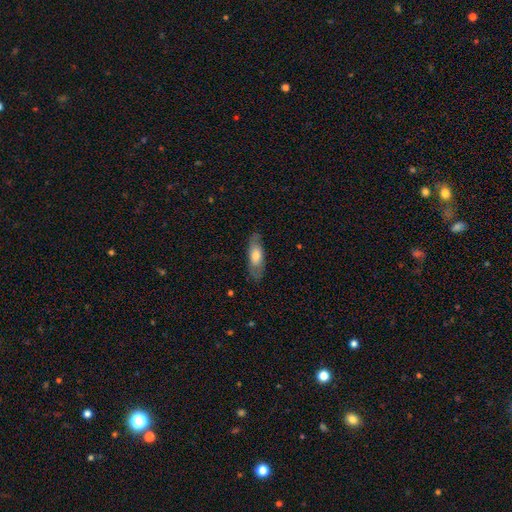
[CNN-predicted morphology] smooth_or_featured: smooth (p=0.60) [alt: featured or disk p=0.34]
how_rounded: in between (p=0.65) [alt: cigar-shaped p=0.33]
merging: none (p=0.80) [alt: minor disturbance p=0.15]